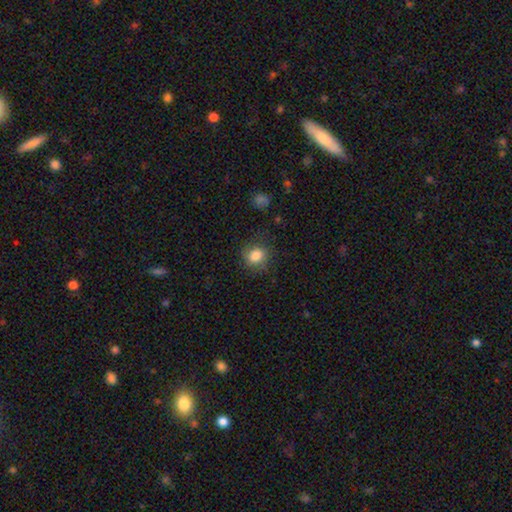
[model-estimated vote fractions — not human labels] Q: Smooth or featured?
A: smooth (84%); runner-up: star or artifact (10%)
Q: How rounded?
A: round (72%); runner-up: in between (27%)
Q: Merging?
A: none (76%); runner-up: minor disturbance (16%)